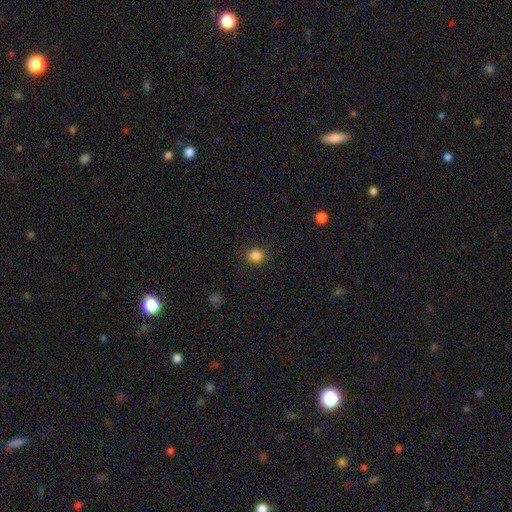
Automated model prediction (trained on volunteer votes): The model was most divided on "how rounded": round: 75%, in between: 24%, cigar-shaped: 1%. More confident: merging — none (87%); smooth or featured — smooth (85%).